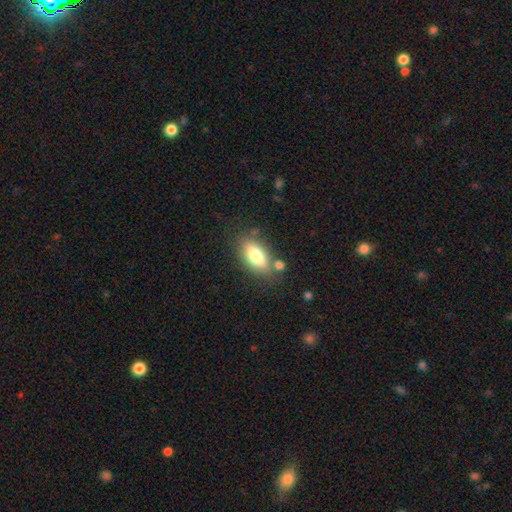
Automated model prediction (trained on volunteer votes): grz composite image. It shows a smooth galaxy with no disk features (75%) that is in between round and cigar-shaped (83%). Merging: none (71%).